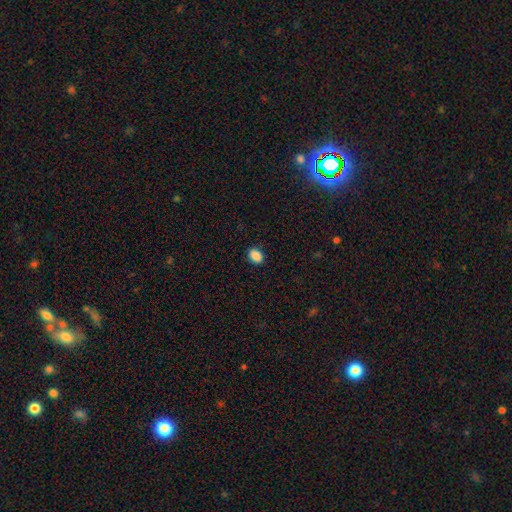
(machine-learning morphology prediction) Smooth or featured: smooth — 89% (star or artifact — 9%)
How rounded: in between — 74% (round — 25%)
Merging: none — 88% (minor disturbance — 9%)